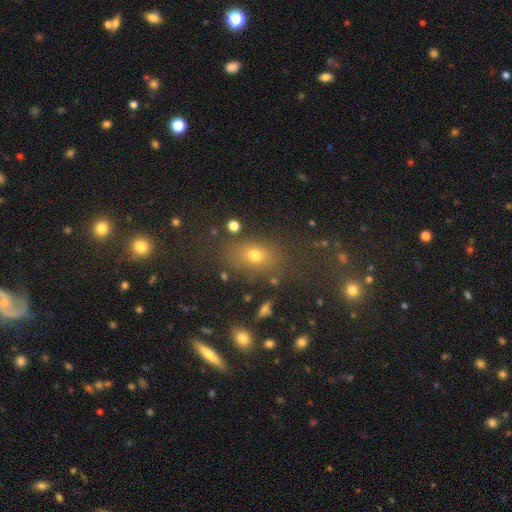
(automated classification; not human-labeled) A smooth galaxy with no disk features (64%) that is in between round and cigar-shaped (65%). Merging: none (76%).